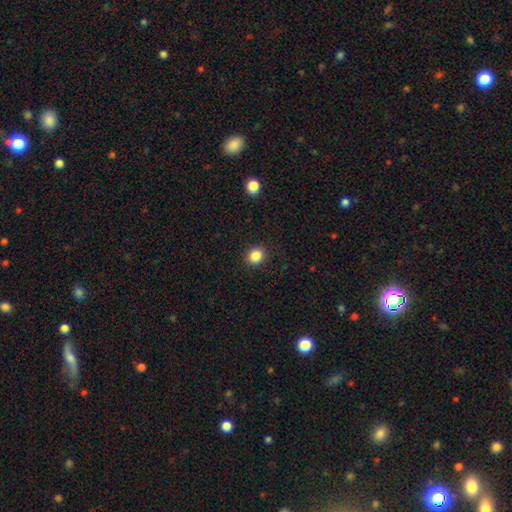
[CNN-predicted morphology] Smooth or featured: smooth — 86% (star or artifact — 10%)
How rounded: round — 75% (in between — 25%)
Merging: none — 91% (minor disturbance — 6%)